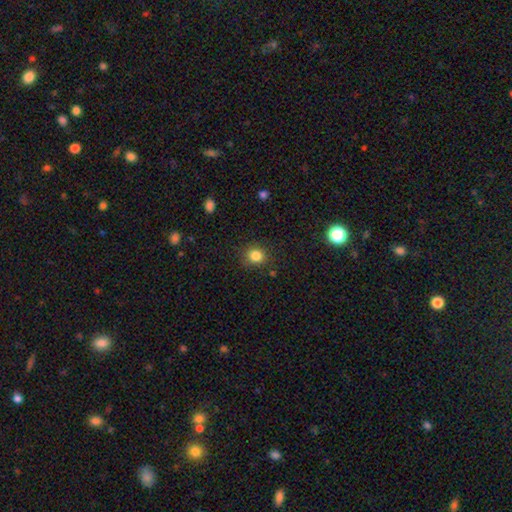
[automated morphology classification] smooth-or-featured: smooth: 83% | star or artifact: 12% | featured or disk: 5%
  how-rounded: round: 83% | in between: 16% | cigar-shaped: 1%
  merging: none: 87% | minor disturbance: 9% | major disturbance: 3% | merger: 2%